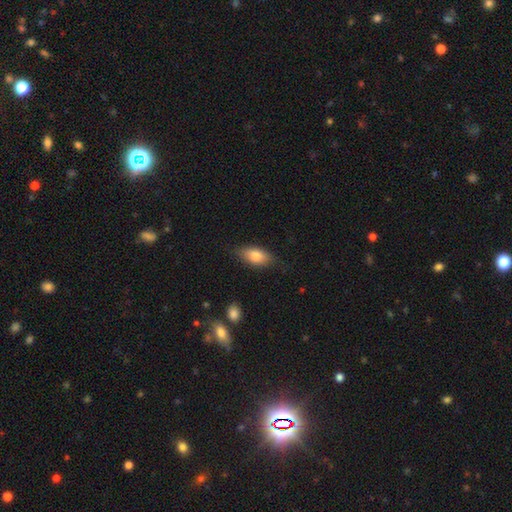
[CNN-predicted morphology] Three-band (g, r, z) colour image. It shows a smooth galaxy with no disk features (80%) that is in between round and cigar-shaped (87%). Merging: none (78%).